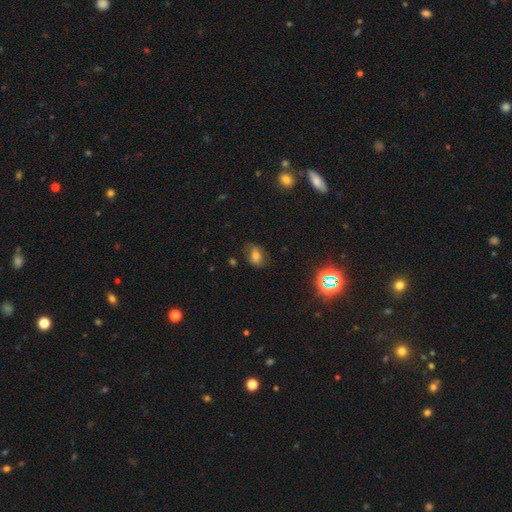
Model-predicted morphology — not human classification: Q: Smooth or featured?
A: smooth (60%); runner-up: featured or disk (22%)
Q: How rounded?
A: in between (74%); runner-up: round (24%)
Q: Merging?
A: none (68%); runner-up: minor disturbance (21%)